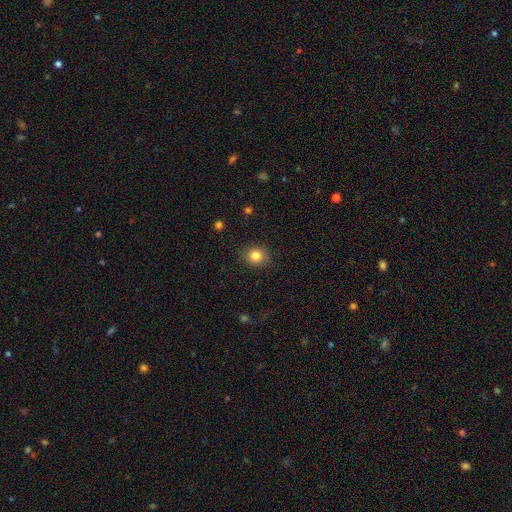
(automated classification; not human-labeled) Smooth or featured: smooth — 83% (star or artifact — 11%)
How rounded: round — 78% (in between — 21%)
Merging: none — 87% (minor disturbance — 9%)